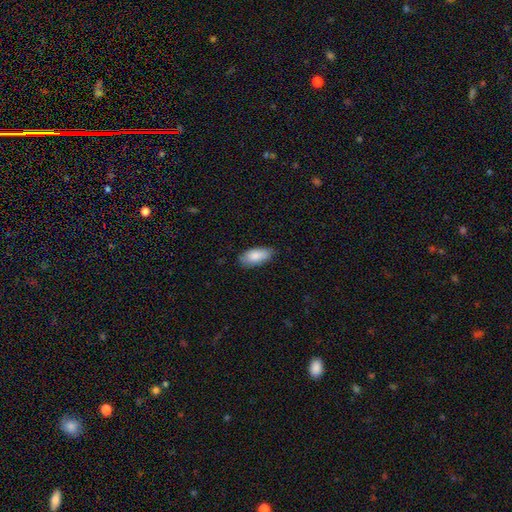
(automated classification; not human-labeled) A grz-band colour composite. It shows a smooth galaxy with no disk features (86%) that is in between round and cigar-shaped (90%). Merging: none (78%).